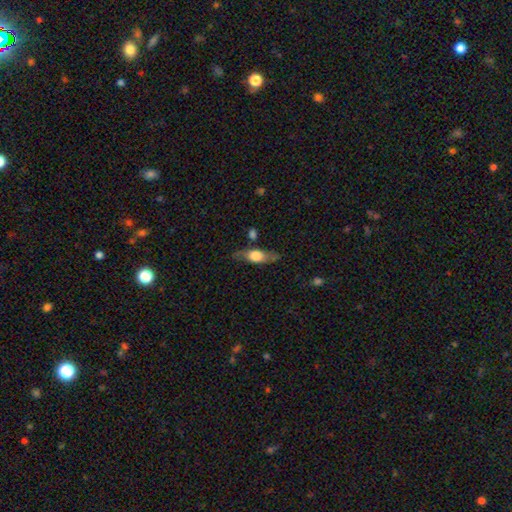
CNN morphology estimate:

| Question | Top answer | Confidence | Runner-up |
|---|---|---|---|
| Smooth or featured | smooth | 48% | featured or disk (45%) |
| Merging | none | 71% | minor disturbance (19%) |